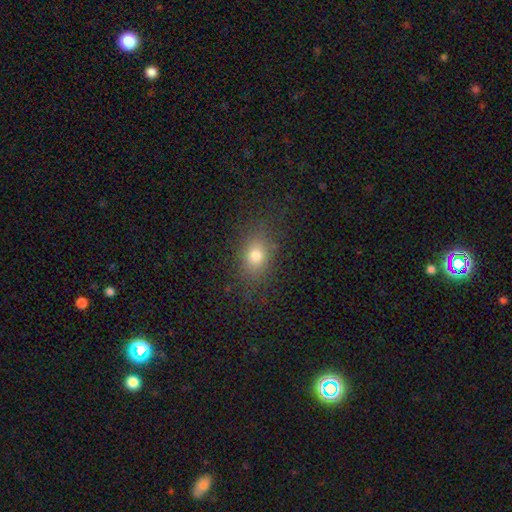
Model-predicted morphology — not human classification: A smooth galaxy with no disk features (74%) that is in between round and cigar-shaped (63%).

Vote fractions:
- Smooth or featured? smooth: 74% / star or artifact: 15% / featured or disk: 11%
- How rounded? in between: 63% / round: 35% / cigar-shaped: 3%
- Merging? none: 81% / minor disturbance: 12% / major disturbance: 6% / merger: 1%